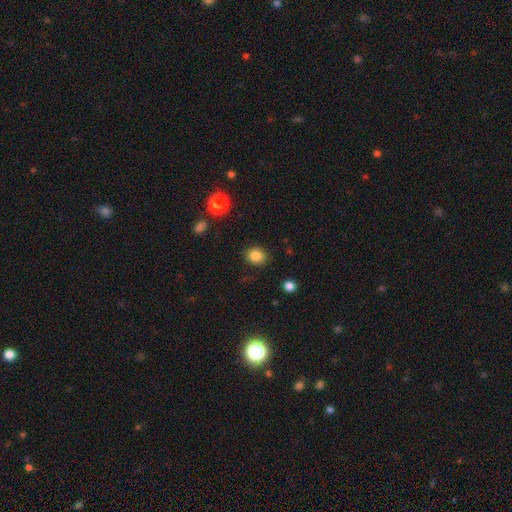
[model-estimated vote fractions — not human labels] Smooth or featured?
  - smooth: 84% *
  - star or artifact: 11%
  - featured or disk: 5%
How rounded?
  - round: 73% *
  - in between: 26%
  - cigar-shaped: 1%
Merging?
  - none: 88% *
  - minor disturbance: 8%
  - major disturbance: 3%
  - merger: 1%